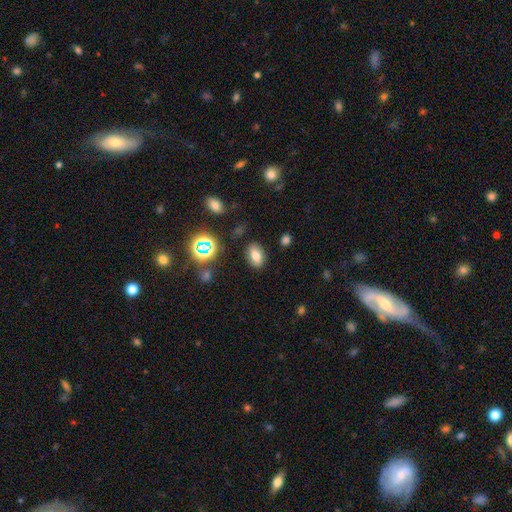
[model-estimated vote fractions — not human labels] Q: Smooth or featured?
A: smooth (70%); runner-up: star or artifact (17%)
Q: How rounded?
A: in between (86%); runner-up: round (11%)
Q: Merging?
A: none (84%); runner-up: minor disturbance (10%)